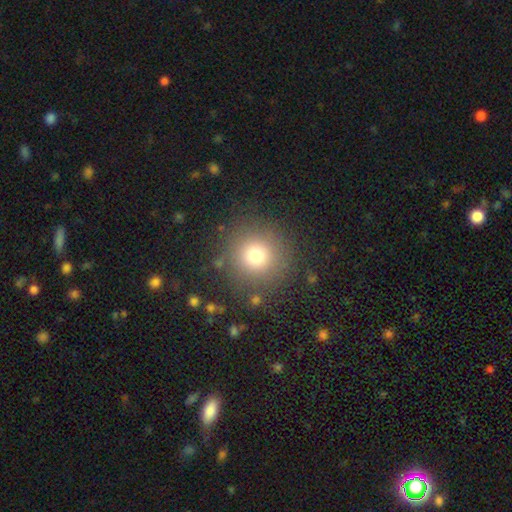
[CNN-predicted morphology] smooth_or_featured: smooth (p=0.74) [alt: star or artifact p=0.16]
how_rounded: round (p=0.95) [alt: in between p=0.04]
merging: none (p=0.85) [alt: minor disturbance p=0.08]